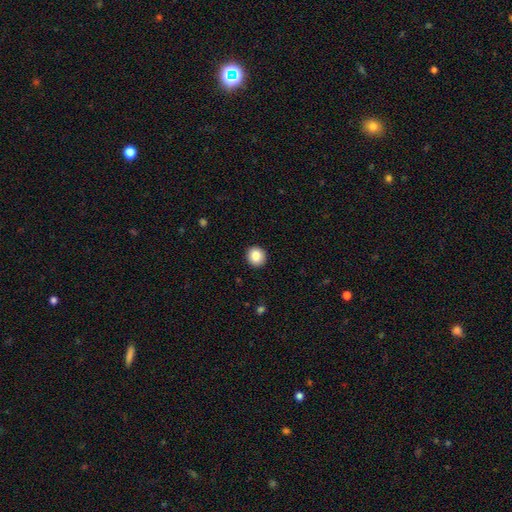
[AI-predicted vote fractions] A smooth galaxy with no disk features (86%) that is round (90%).

Vote fractions:
- Smooth or featured? smooth: 86% / star or artifact: 9% / featured or disk: 5%
- How rounded? round: 90% / in between: 9% / cigar-shaped: 1%
- Merging? none: 93% / minor disturbance: 5% / major disturbance: 2% / merger: 1%